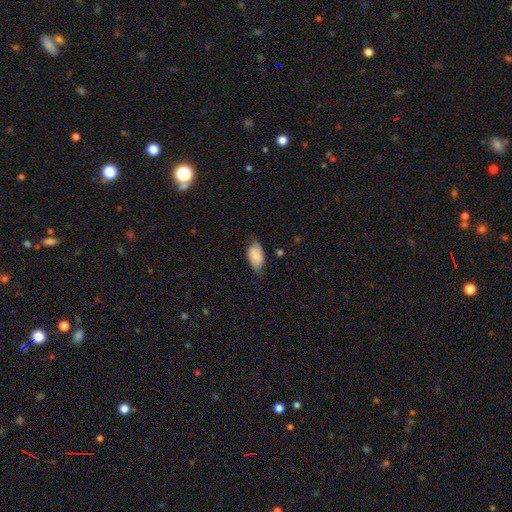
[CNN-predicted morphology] Q: Smooth or featured?
A: smooth (85%); runner-up: featured or disk (8%)
Q: How rounded?
A: in between (93%); runner-up: round (4%)
Q: Merging?
A: none (65%); runner-up: minor disturbance (29%)